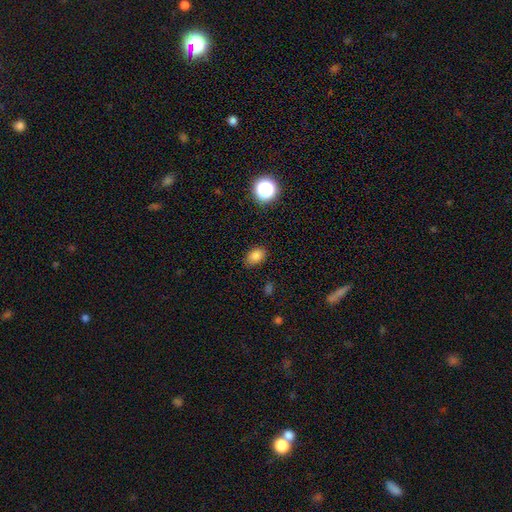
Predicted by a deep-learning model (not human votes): Smooth or featured?
  - smooth: 82% *
  - star or artifact: 13%
  - featured or disk: 5%
How rounded?
  - in between: 78% *
  - round: 21%
  - cigar-shaped: 1%
Merging?
  - none: 83% *
  - minor disturbance: 13%
  - major disturbance: 3%
  - merger: 1%